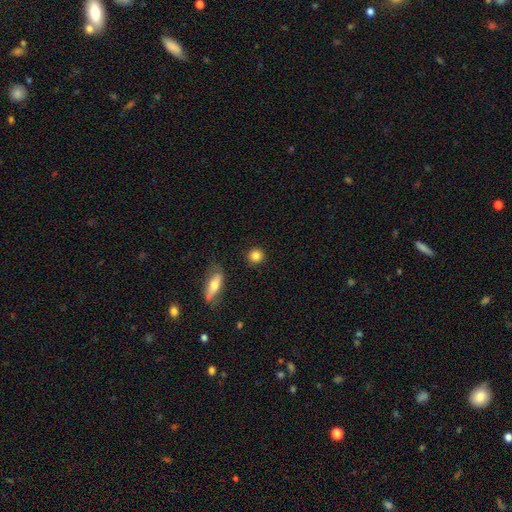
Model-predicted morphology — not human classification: smooth 85%, star or artifact 9%, featured or disk 7%. Down the decision tree: how rounded — round (89%); merging — none (89%).